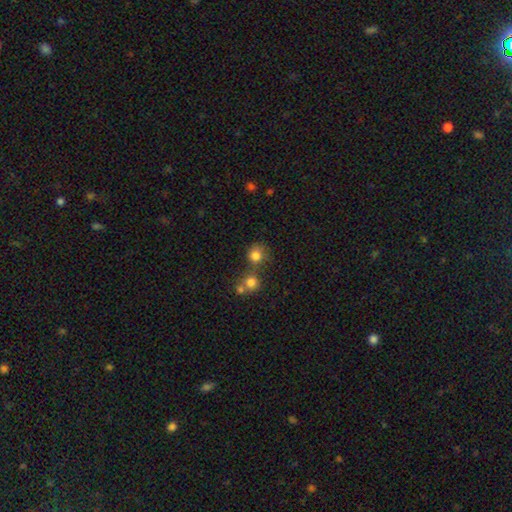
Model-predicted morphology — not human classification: smooth-or-featured: smooth: 79% | star or artifact: 13% | featured or disk: 8%
  how-rounded: round: 85% | in between: 14% | cigar-shaped: 1%
  merging: none: 58% | merger: 27% | minor disturbance: 10% | major disturbance: 5%